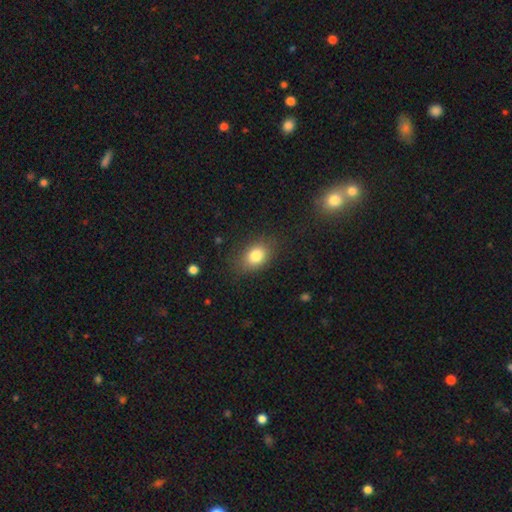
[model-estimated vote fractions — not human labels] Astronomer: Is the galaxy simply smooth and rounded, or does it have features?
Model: smooth — 82%.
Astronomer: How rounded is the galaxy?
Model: in between — 74%.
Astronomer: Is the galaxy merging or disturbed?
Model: none — 78%.